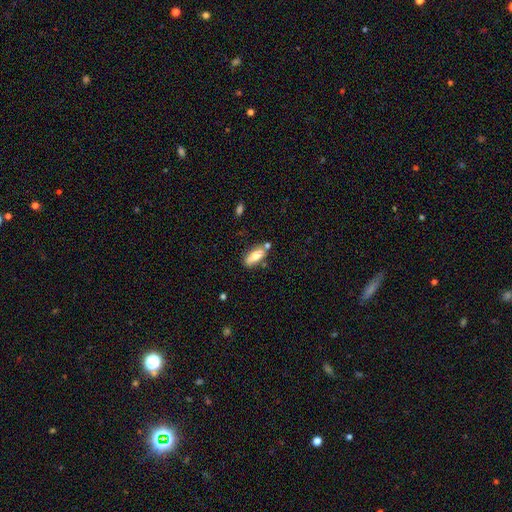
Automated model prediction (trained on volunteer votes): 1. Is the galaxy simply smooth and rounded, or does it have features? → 67% smooth, 26% featured or disk, 6% star or artifact.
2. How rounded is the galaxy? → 74% in between, 23% cigar-shaped, 3% round.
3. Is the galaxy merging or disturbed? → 68% none, 16% minor disturbance, 12% merger, 4% major disturbance.